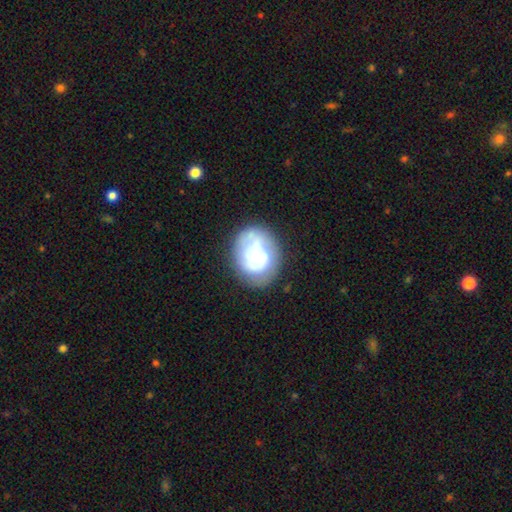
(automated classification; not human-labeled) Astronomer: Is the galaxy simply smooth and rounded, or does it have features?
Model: featured or disk — 50% (runner-up: smooth, 42%).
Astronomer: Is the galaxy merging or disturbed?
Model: none — 60%.